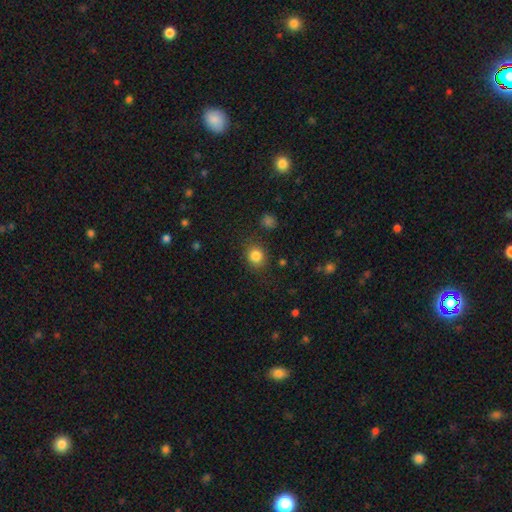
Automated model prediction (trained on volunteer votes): Smooth or featured? Predicted: smooth (p=0.84). How rounded? Predicted: round (p=0.76). Merging? Predicted: none (p=0.83).